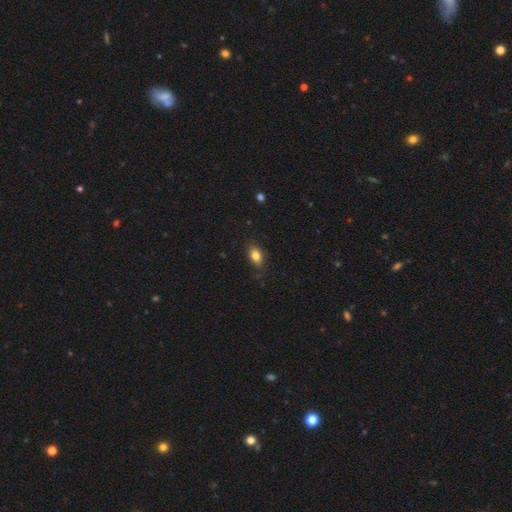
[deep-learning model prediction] Smooth or featured? smooth (82%)
How rounded? in between (84%)
Merging? none (81%)